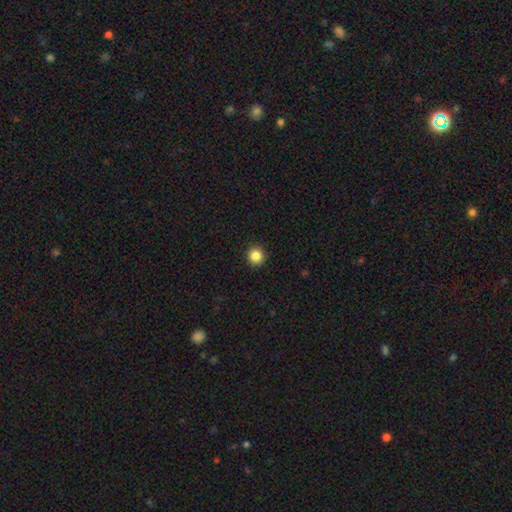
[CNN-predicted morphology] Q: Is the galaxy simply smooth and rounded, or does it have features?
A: smooth — 85%.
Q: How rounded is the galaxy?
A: round — 95%.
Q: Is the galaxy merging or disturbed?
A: none — 93%.